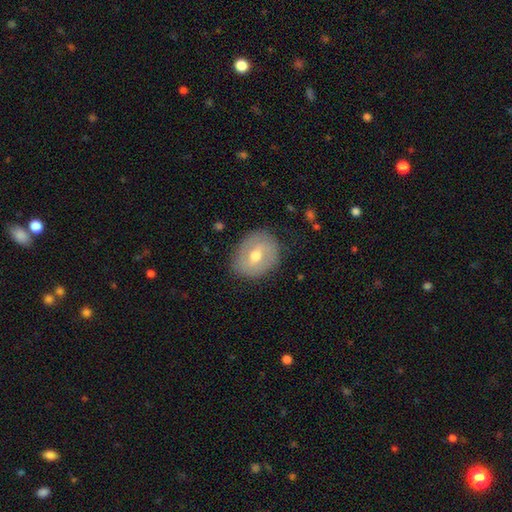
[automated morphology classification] A featured or disk galaxy (49%). Merging: none (81%).